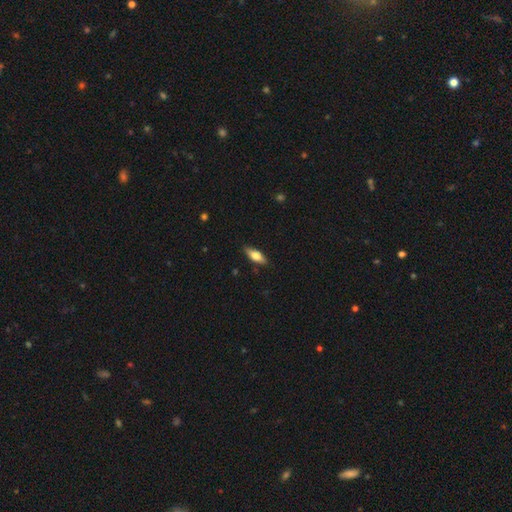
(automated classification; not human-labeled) A smooth galaxy with no disk features (62%) that is in between round and cigar-shaped (65%). Merging: none (86%).